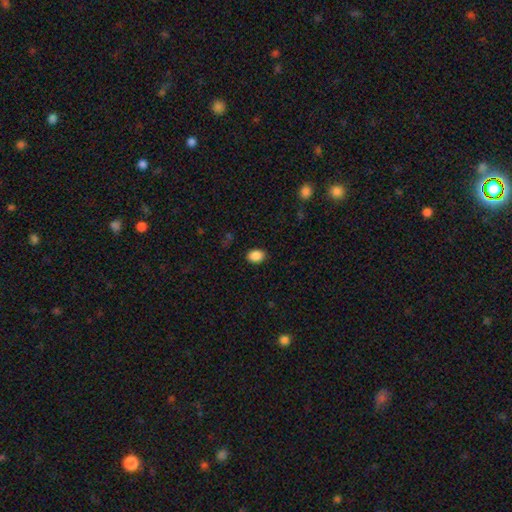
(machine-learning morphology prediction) Smooth or featured? smooth (88%)
How rounded? in between (70%)
Merging? none (89%)